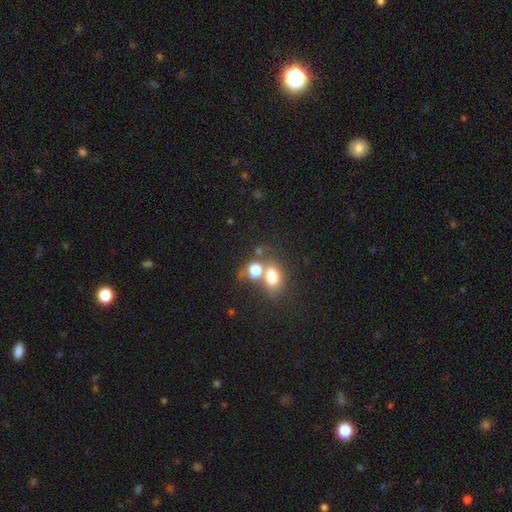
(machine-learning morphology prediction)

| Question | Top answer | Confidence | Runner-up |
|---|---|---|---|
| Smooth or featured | star or artifact | 57% | smooth (32%) |